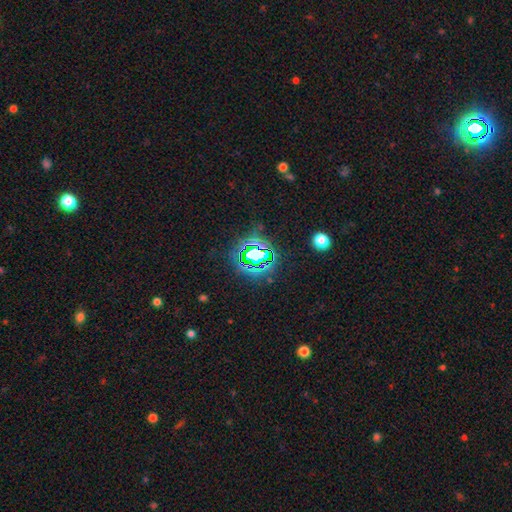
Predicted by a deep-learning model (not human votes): Smooth or featured?
  - star or artifact: 73% *
  - smooth: 16%
  - featured or disk: 11%